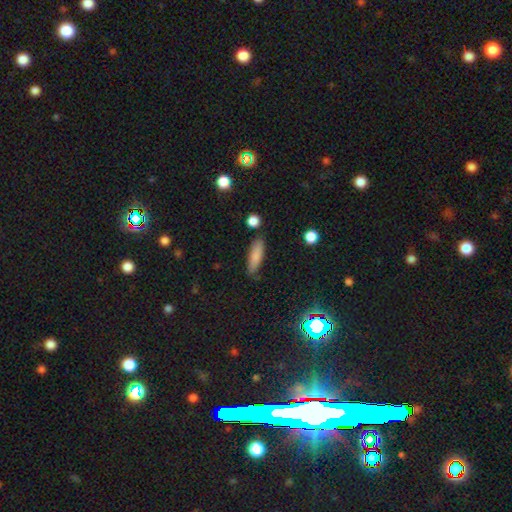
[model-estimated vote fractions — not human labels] The model was most divided on "how rounded": cigar-shaped: 56%, in between: 42%, round: 2%. More confident: smooth or featured — smooth (83%); merging — none (79%).